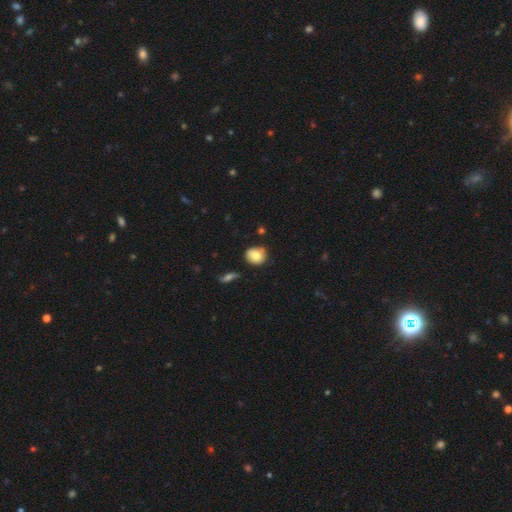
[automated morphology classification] Smooth or featured? smooth (79%)
How rounded? round (80%)
Merging? none (72%)